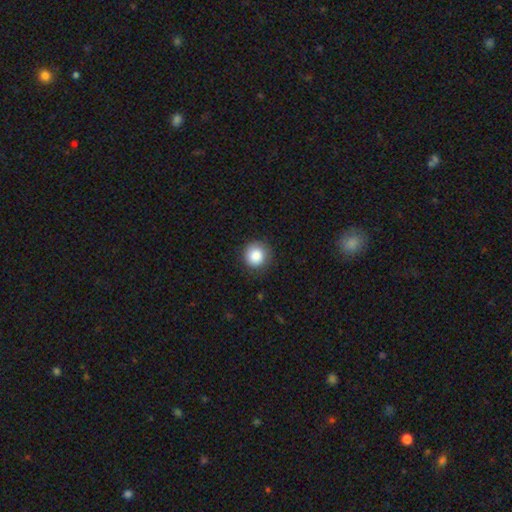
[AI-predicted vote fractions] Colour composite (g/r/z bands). It shows a smooth galaxy with no disk features (87%) that is round (93%). Merging: none (85%).